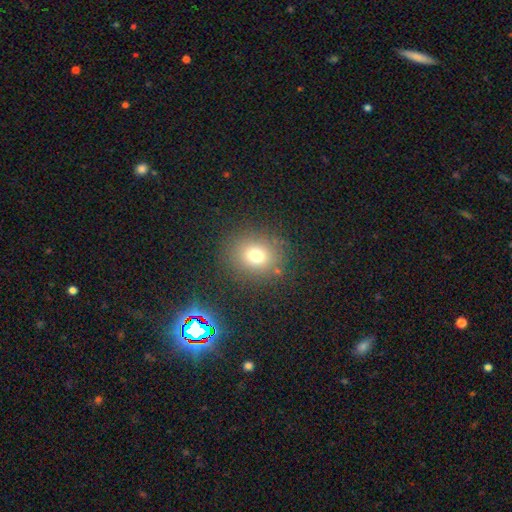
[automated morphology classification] smooth_or_featured: smooth (p=0.73) [alt: star or artifact p=0.17]
how_rounded: round (p=0.79) [alt: in between p=0.20]
merging: none (p=0.85) [alt: minor disturbance p=0.09]